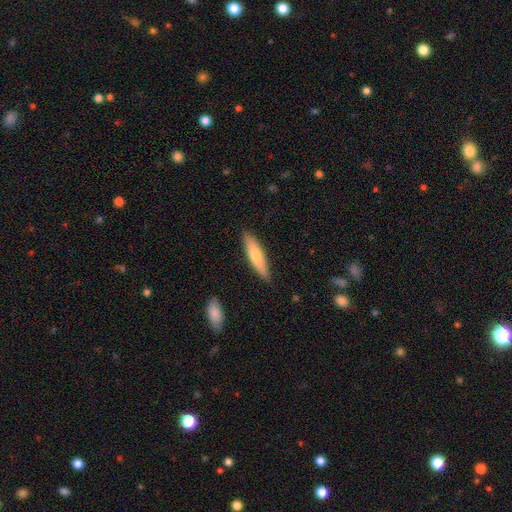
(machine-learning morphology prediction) type=smooth (72%); roundness=cigar-shaped (77%); merging=none (88%).